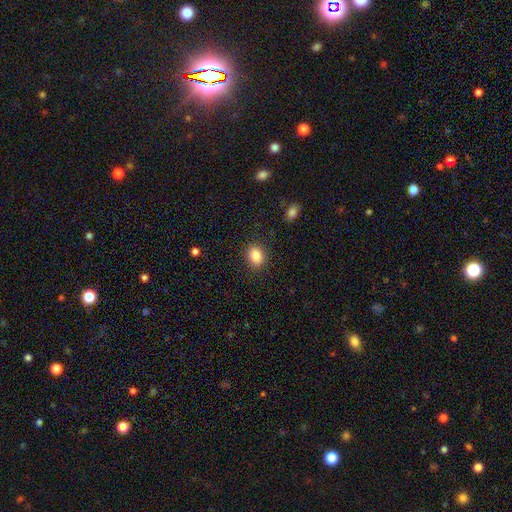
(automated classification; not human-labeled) smooth_or_featured: smooth (p=0.85) [alt: star or artifact p=0.09]
how_rounded: in between (p=0.59) [alt: round p=0.40]
merging: none (p=0.88) [alt: minor disturbance p=0.08]